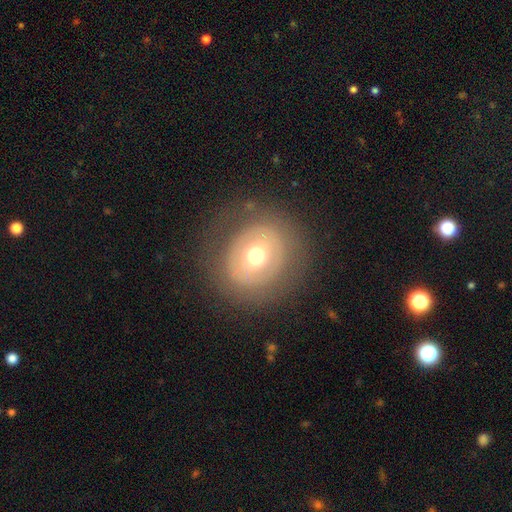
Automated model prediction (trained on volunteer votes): Smooth or featured? smooth (51%)
How rounded? round (77%)
Merging? none (77%)